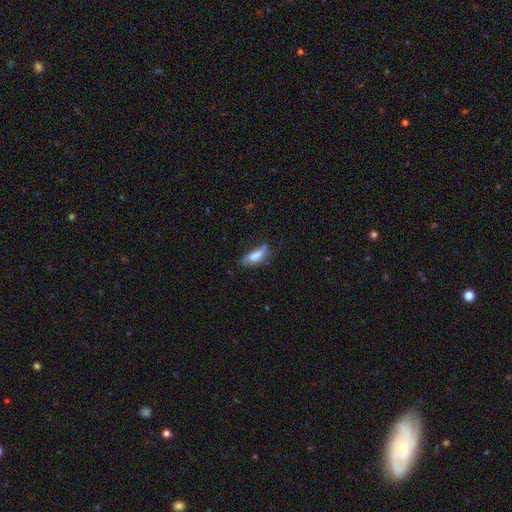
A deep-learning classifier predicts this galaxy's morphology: Overall: smooth (76%). How rounded: in between (67%; cigar-shaped 31%). Merging: none (49%; minor disturbance 33%).